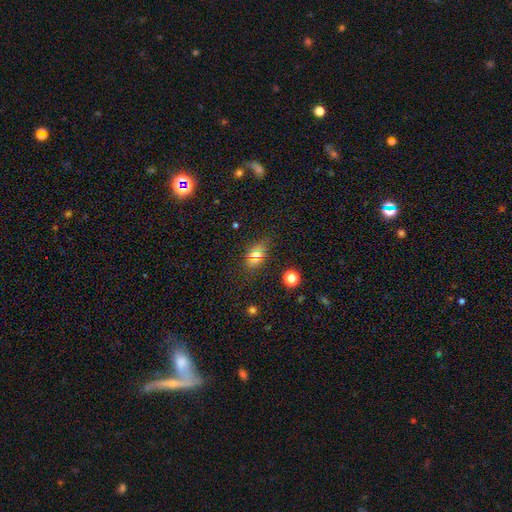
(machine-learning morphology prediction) This is likely a smooth galaxy (65%). How rounded: likely in between (73%). Merging: likely none (80%).